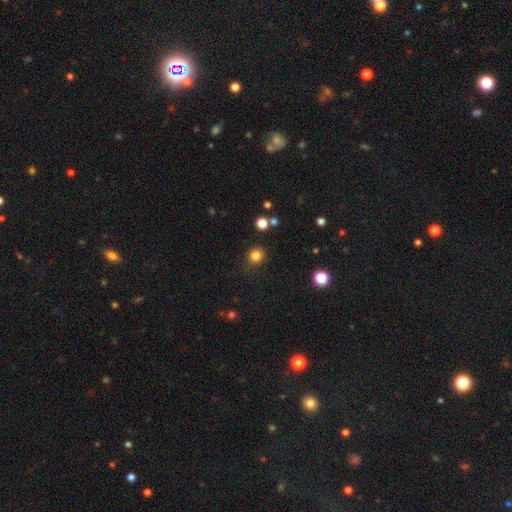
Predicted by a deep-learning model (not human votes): Morphology: type=smooth (82%); roundness=round (86%); merging=none (85%).